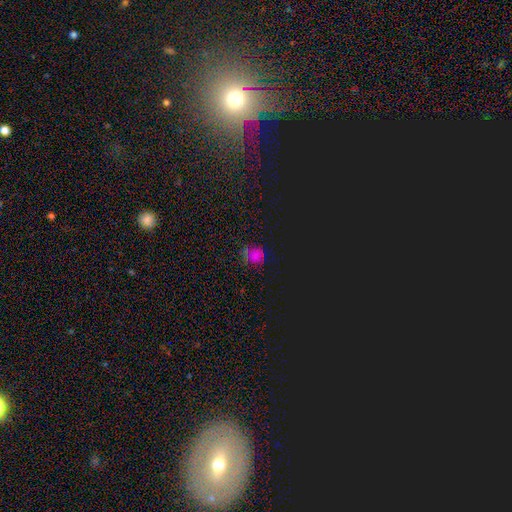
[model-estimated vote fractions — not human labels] This is possibly a smooth galaxy (47%). Merging: likely none (66%).